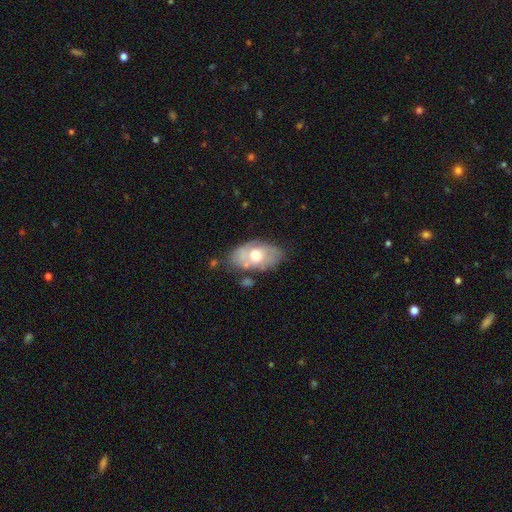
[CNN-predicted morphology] Smooth or featured?
  - featured or disk: 48% *
  - smooth: 45%
  - star or artifact: 7%
Merging?
  - none: 61% *
  - minor disturbance: 24%
  - merger: 9%
  - major disturbance: 7%